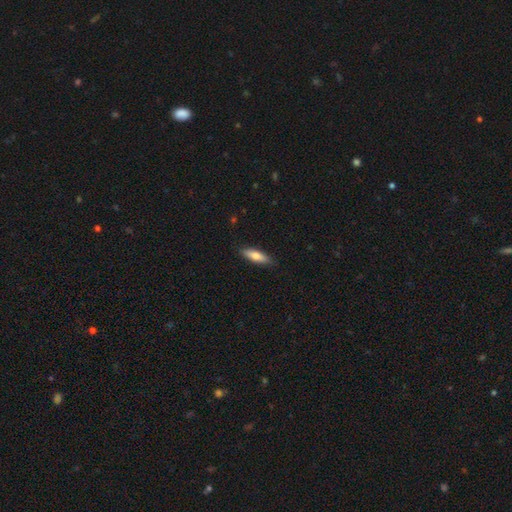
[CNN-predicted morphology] Overall: smooth (73%). How rounded: cigar-shaped (54%; in between 44%). Merging: none (88%).